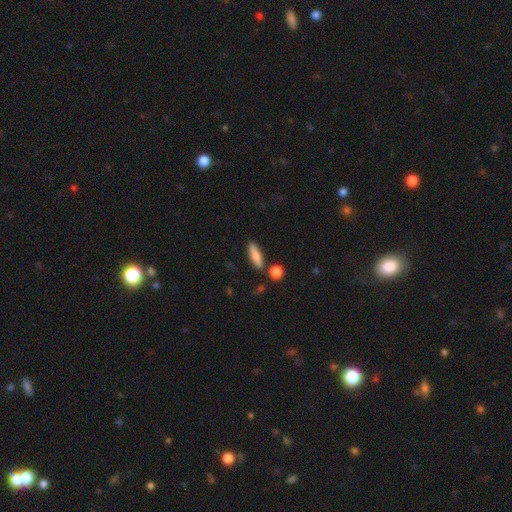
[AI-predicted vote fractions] Q: Smooth or featured?
A: smooth (80%); runner-up: featured or disk (13%)
Q: How rounded?
A: cigar-shaped (59%); runner-up: in between (37%)
Q: Merging?
A: none (82%); runner-up: minor disturbance (10%)